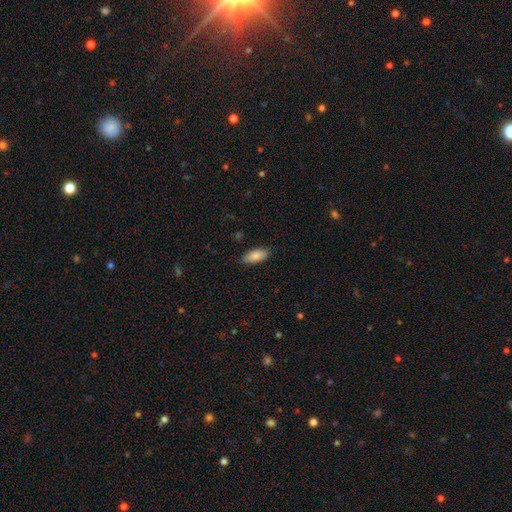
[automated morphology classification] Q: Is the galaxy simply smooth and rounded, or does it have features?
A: smooth — 87%.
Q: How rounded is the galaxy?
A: in between — 86%.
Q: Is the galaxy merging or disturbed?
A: none — 85%.